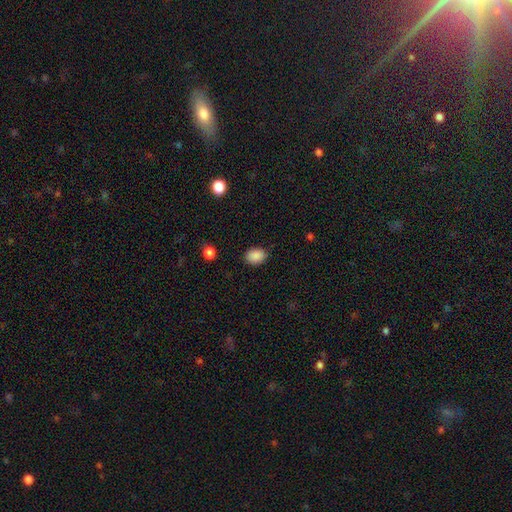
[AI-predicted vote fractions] A smooth galaxy with no disk features (88%) that is in between round and cigar-shaped (66%). Merging: none (85%).